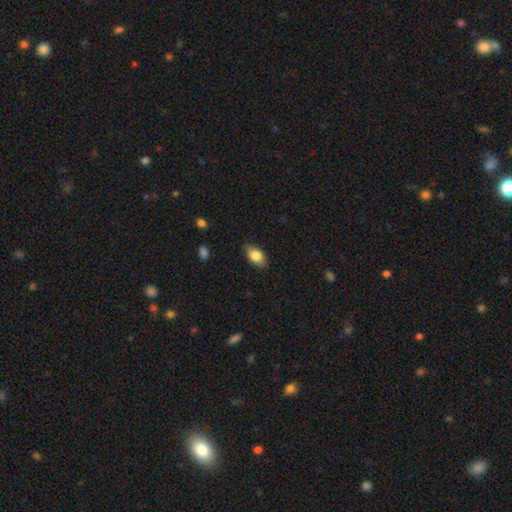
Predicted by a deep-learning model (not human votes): A smooth galaxy with no disk features (80%) that is in between round and cigar-shaped (89%). Merging: none (84%).